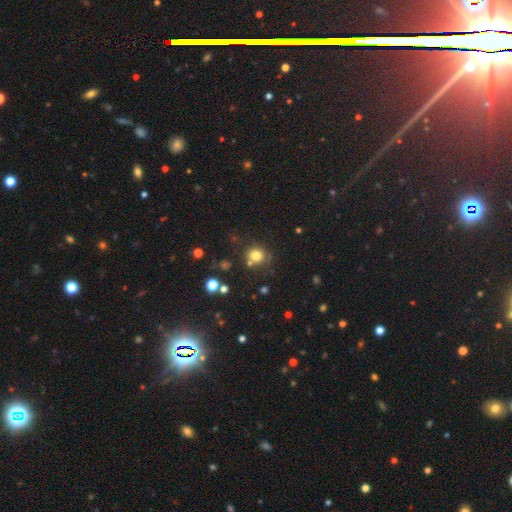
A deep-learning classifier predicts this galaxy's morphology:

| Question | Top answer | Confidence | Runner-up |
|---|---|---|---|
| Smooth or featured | smooth | 79% | star or artifact (14%) |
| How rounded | round | 84% | in between (15%) |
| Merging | none | 69% | minor disturbance (14%) |